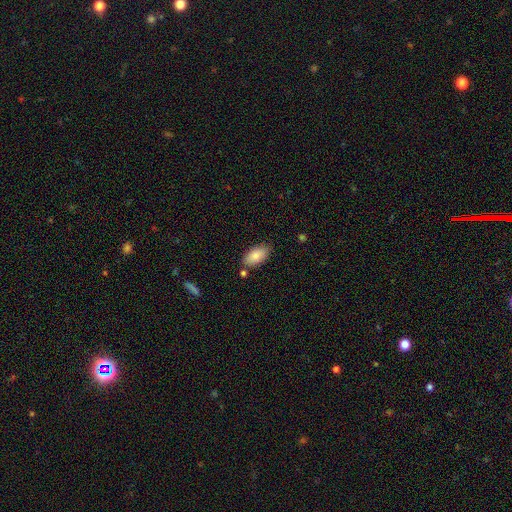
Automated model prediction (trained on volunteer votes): Overall: smooth (85%). How rounded: in between (94%). Merging: none (79%).